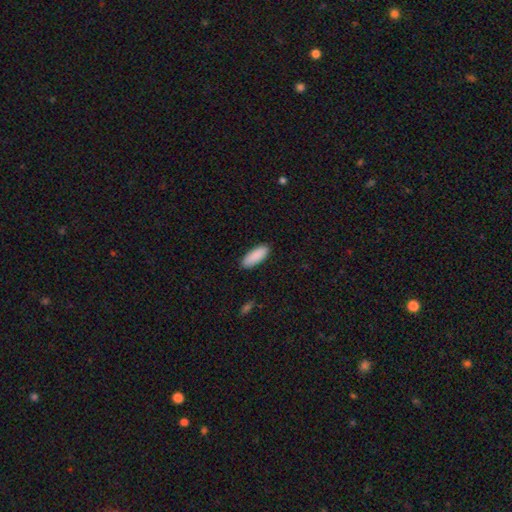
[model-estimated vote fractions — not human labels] A smooth galaxy with no disk features (90%) that is in between round and cigar-shaped (69%). Merging: none (89%).